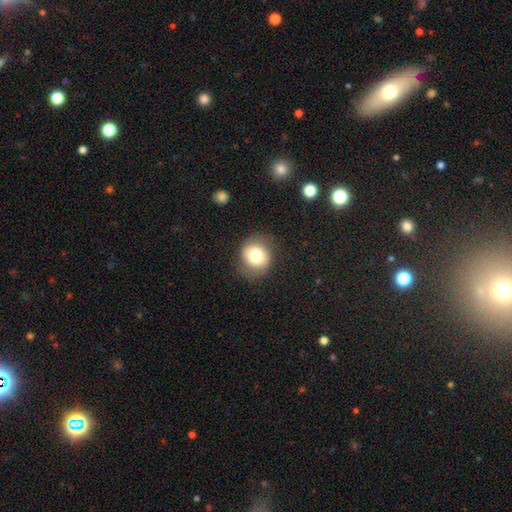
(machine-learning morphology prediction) Smooth or featured? smooth (74%)
How rounded? round (77%)
Merging? none (75%)